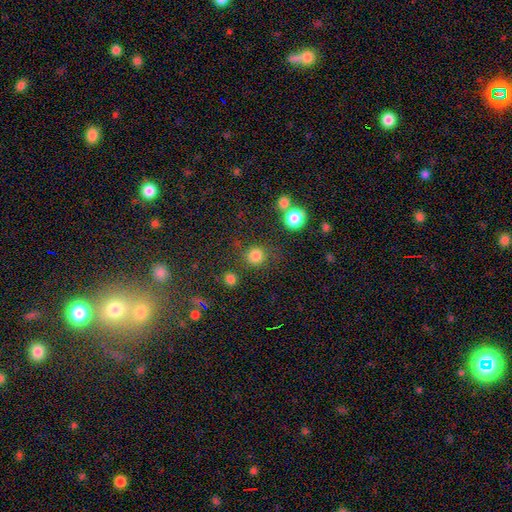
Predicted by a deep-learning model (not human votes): Smooth or featured? smooth (81%)
How rounded? round (91%)
Merging? none (75%)